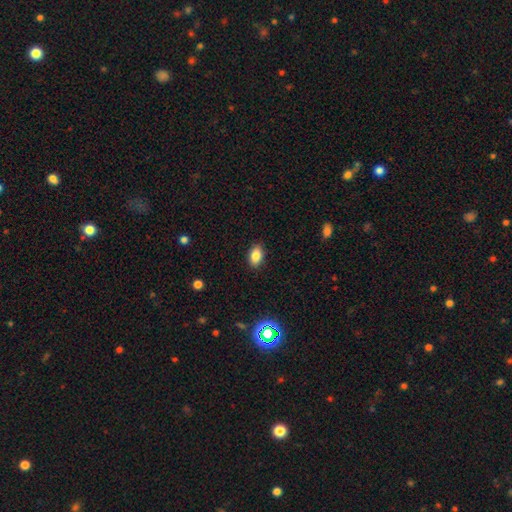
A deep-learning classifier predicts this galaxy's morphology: Q: Smooth or featured?
A: smooth (84%); runner-up: star or artifact (10%)
Q: How rounded?
A: in between (88%); runner-up: round (9%)
Q: Merging?
A: none (88%); runner-up: minor disturbance (9%)